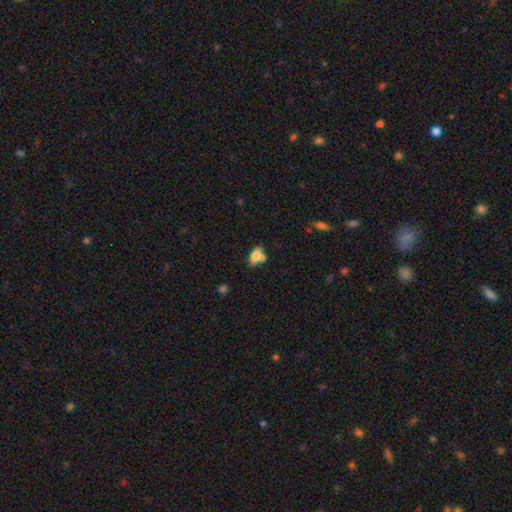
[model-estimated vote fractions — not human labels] Q: Smooth or featured?
A: smooth (67%); runner-up: featured or disk (24%)
Q: How rounded?
A: in between (76%); runner-up: cigar-shaped (19%)
Q: Merging?
A: none (44%); runner-up: merger (35%)